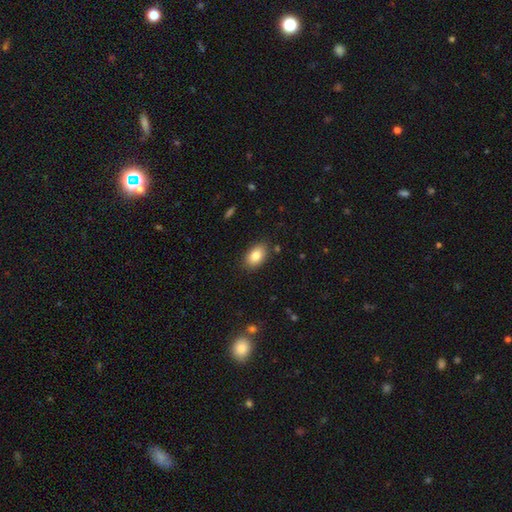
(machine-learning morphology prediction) smooth_or_featured: smooth (p=0.84) [alt: featured or disk p=0.09]
how_rounded: in between (p=0.90) [alt: round p=0.09]
merging: none (p=0.85) [alt: minor disturbance p=0.11]